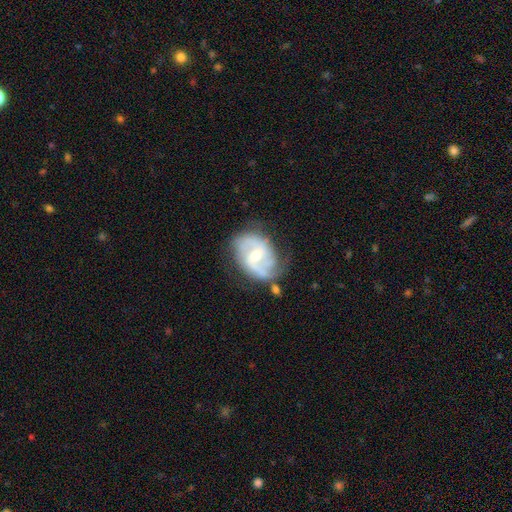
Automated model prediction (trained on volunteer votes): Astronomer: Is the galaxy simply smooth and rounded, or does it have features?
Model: featured or disk — 83%.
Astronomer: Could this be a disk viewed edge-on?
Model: no — 97%.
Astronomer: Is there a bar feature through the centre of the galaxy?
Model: weak — 50% (runner-up: no, 34%).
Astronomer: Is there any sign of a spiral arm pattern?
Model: yes — 93%.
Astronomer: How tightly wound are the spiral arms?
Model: medium — 47% (runner-up: tight, 27%).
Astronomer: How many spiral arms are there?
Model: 2 — 74%.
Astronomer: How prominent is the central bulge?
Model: moderate — 59% (runner-up: small, 37%).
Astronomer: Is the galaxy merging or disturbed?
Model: none — 63%.